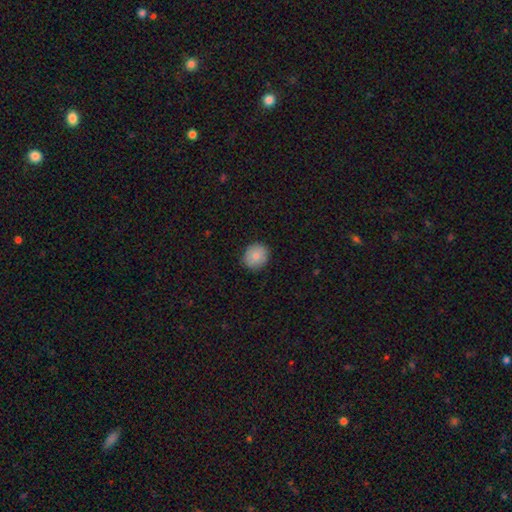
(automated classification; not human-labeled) smooth 82%, featured or disk 10%, star or artifact 8%. Down the decision tree: how rounded — round (80%); merging — none (88%).